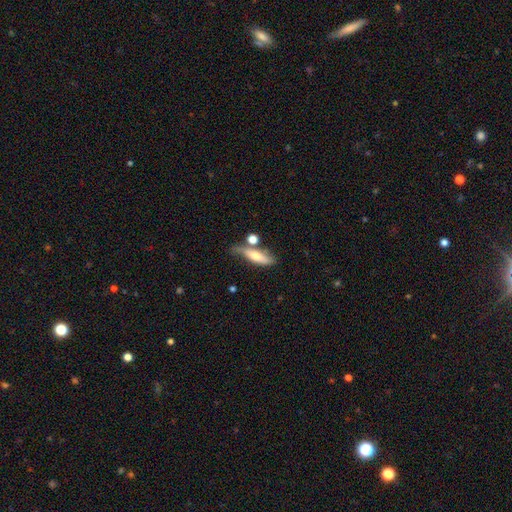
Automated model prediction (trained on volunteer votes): Q: Smooth or featured?
A: smooth (55%); runner-up: featured or disk (38%)
Q: How rounded?
A: cigar-shaped (58%); runner-up: in between (39%)
Q: Merging?
A: none (50%); runner-up: minor disturbance (24%)